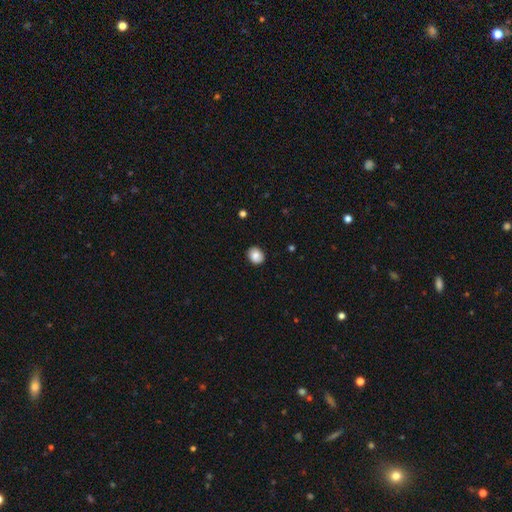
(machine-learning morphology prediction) smooth 86%, star or artifact 8%, featured or disk 6%. Down the decision tree: how rounded — round (56%); merging — none (89%).